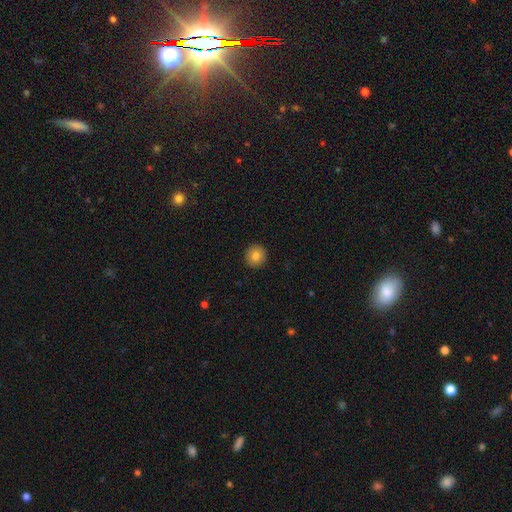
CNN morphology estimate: smooth 81%, featured or disk 9%, star or artifact 9%. Down the decision tree: how rounded — round (94%); merging — none (93%).